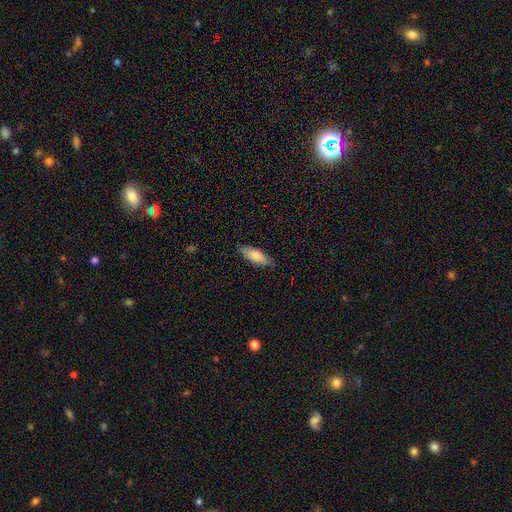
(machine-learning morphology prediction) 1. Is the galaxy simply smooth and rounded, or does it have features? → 83% smooth, 11% featured or disk, 6% star or artifact.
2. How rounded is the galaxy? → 71% in between, 28% cigar-shaped, 2% round.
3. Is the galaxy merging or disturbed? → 82% none, 14% minor disturbance, 3% major disturbance, 1% merger.